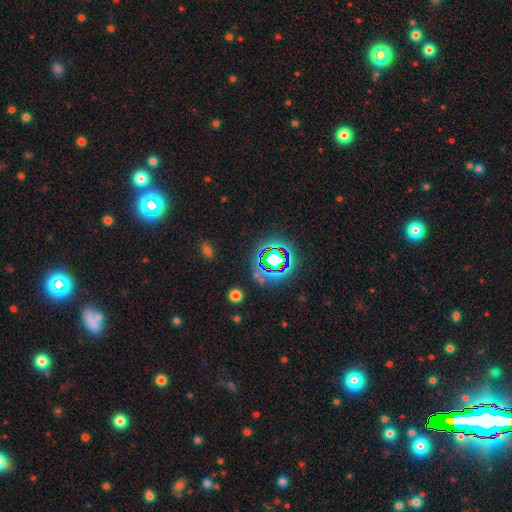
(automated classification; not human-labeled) Q: Smooth or featured?
A: star or artifact (72%); runner-up: smooth (15%)